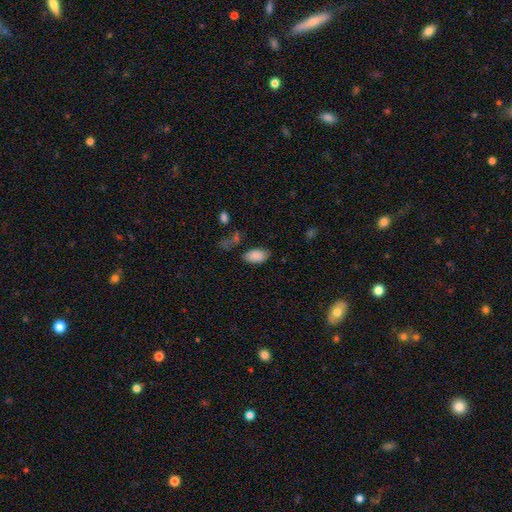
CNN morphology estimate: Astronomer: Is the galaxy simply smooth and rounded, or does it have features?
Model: smooth — 87%.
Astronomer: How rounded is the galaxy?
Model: in between — 95%.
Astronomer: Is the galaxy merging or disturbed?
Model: none — 75%.